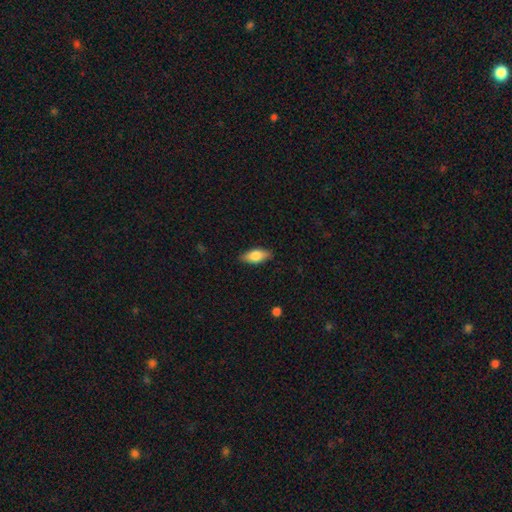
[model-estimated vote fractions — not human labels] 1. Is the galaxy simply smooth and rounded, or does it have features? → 77% smooth, 17% featured or disk, 6% star or artifact.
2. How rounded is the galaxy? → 83% in between, 14% cigar-shaped, 3% round.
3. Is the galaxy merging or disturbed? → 87% none, 10% minor disturbance, 2% major disturbance, 1% merger.